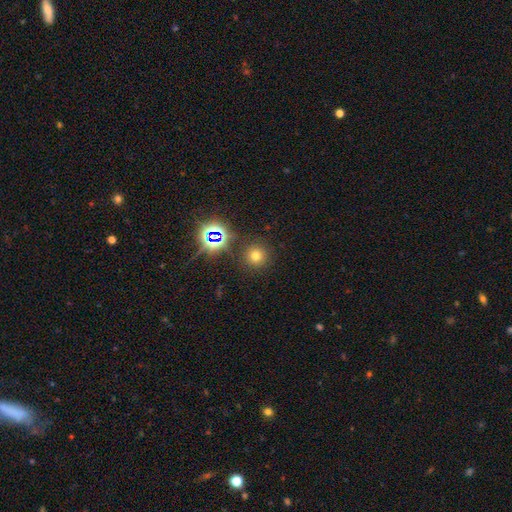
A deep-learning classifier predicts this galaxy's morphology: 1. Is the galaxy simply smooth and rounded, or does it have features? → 65% smooth, 26% star or artifact, 9% featured or disk.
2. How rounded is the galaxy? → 94% round, 5% in between, 1% cigar-shaped.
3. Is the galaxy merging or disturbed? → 88% none, 6% minor disturbance, 3% major disturbance, 2% merger.